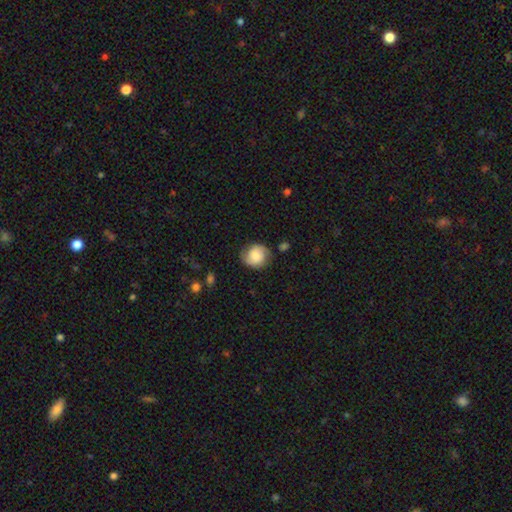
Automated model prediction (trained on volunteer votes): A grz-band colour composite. It shows a smooth galaxy with no disk features (64%) that is round (77%). Merging: none (74%).